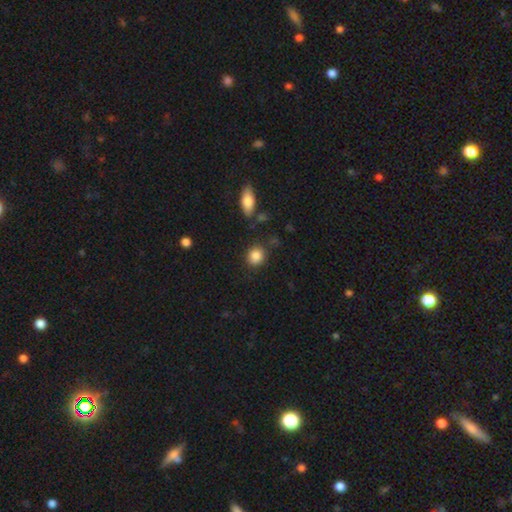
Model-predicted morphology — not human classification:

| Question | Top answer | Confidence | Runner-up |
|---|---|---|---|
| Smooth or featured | smooth | 87% | star or artifact (8%) |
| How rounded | round | 77% | in between (22%) |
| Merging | none | 81% | minor disturbance (11%) |